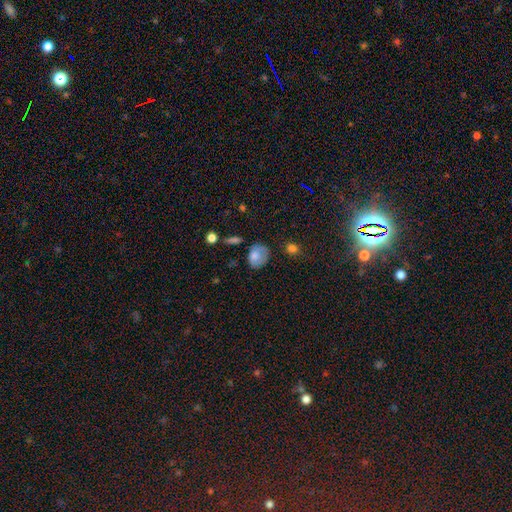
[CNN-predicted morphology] Smooth or featured?
  - smooth: 75% *
  - featured or disk: 17%
  - star or artifact: 8%
How rounded?
  - in between: 54% *
  - round: 45%
  - cigar-shaped: 1%
Merging?
  - none: 53% *
  - minor disturbance: 32%
  - major disturbance: 12%
  - merger: 4%